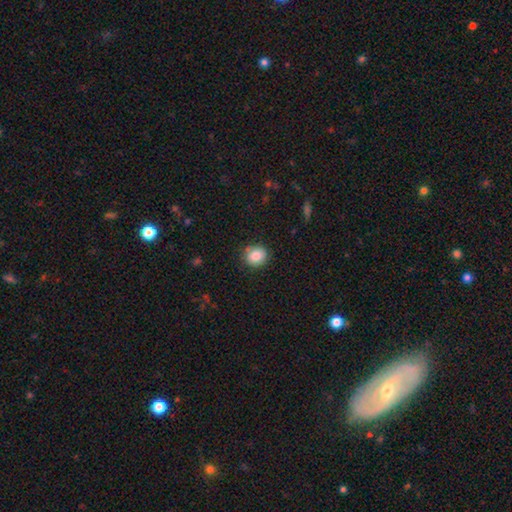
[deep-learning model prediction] Smooth or featured: smooth — 84% (star or artifact — 8%)
How rounded: round — 78% (in between — 21%)
Merging: none — 82% (minor disturbance — 13%)